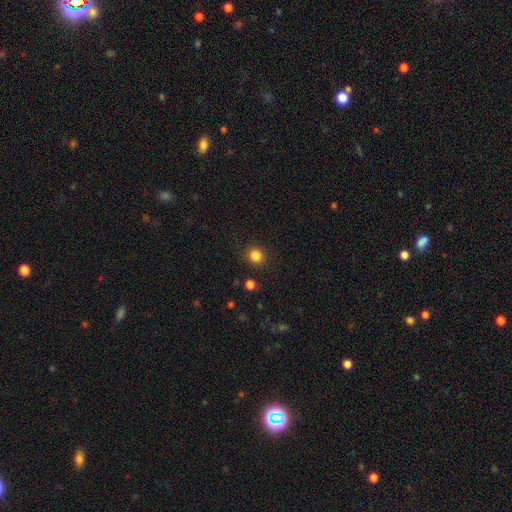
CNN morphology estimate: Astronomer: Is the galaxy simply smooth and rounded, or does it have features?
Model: smooth — 84%.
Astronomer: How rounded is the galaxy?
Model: round — 91%.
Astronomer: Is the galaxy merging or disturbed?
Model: none — 88%.